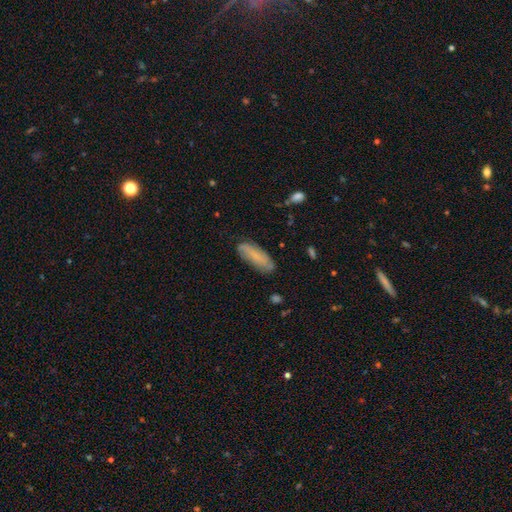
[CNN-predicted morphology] This appears to be a smooth galaxy with no disk features (70%) that is in between round and cigar-shaped (62%). Merging: none (74%).